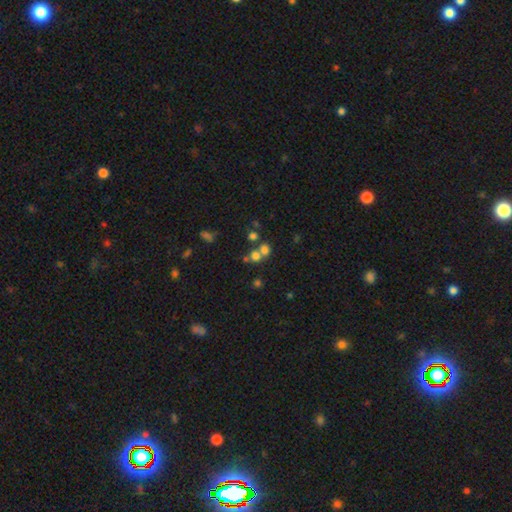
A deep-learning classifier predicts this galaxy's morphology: The model was most divided on "merging": merger: 45%, none: 44%, minor disturbance: 7%, major disturbance: 4%. More confident: how rounded — round (77%); smooth or featured — smooth (66%).